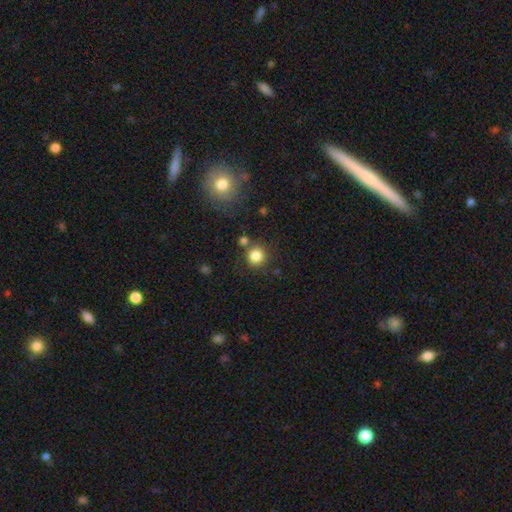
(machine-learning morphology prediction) type=smooth (84%); roundness=round (91%); merging=none (76%).